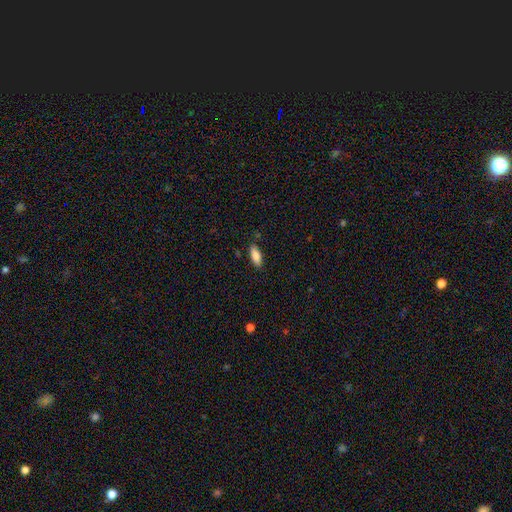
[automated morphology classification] This is clearly a smooth galaxy (84%). How rounded: likely in between (73%). Merging: clearly none (83%).